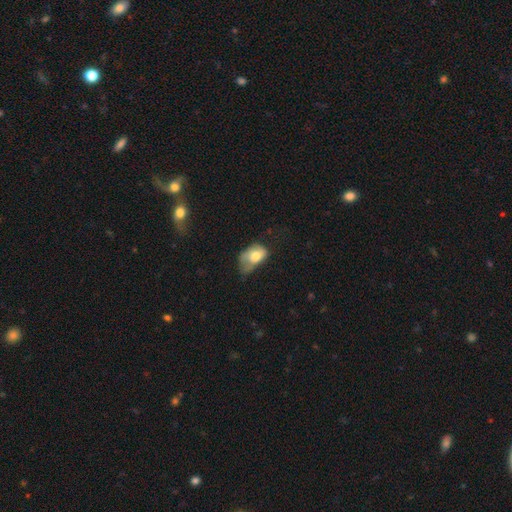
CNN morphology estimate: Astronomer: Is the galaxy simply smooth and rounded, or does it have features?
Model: smooth — 67%.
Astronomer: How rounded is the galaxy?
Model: in between — 82%.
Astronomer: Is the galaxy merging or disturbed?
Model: major disturbance — 40% (runner-up: minor disturbance, 36%).